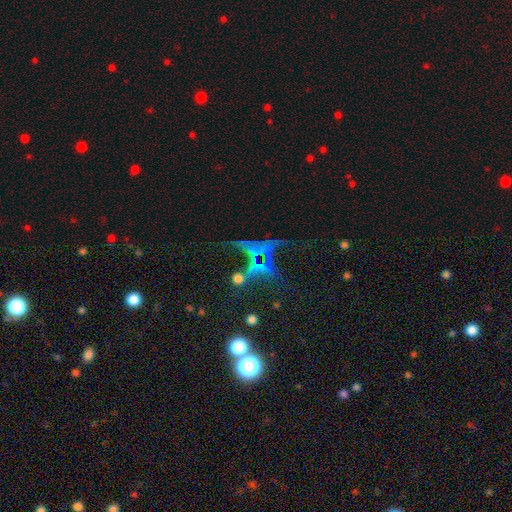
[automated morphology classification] Smooth or featured? Predicted: star or artifact (p=0.53).